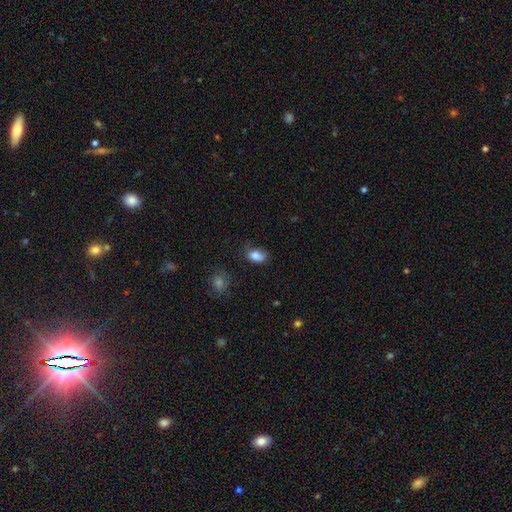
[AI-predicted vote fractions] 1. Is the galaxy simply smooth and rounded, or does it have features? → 82% smooth, 9% star or artifact, 8% featured or disk.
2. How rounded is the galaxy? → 81% in between, 17% round, 2% cigar-shaped.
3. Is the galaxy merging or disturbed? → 50% none, 34% minor disturbance, 11% major disturbance, 4% merger.